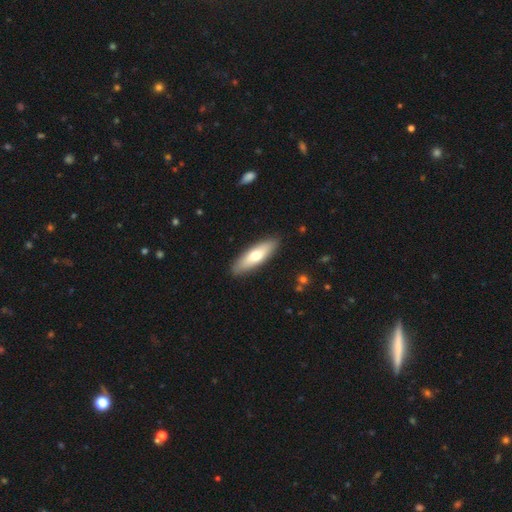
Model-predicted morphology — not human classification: A smooth galaxy with no disk features (65%) that is cigar-shaped (52%). Merging: none (89%).